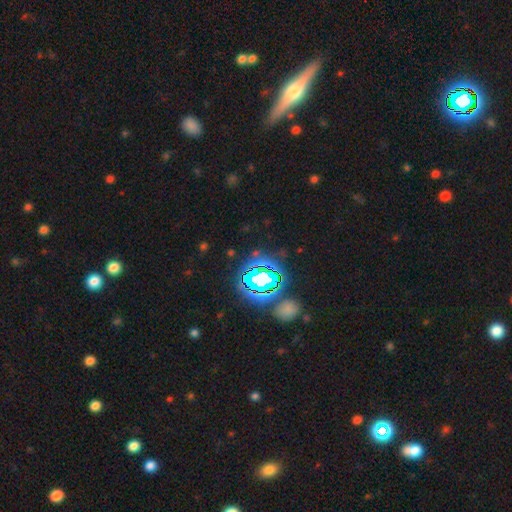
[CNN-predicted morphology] smooth_or_featured: star or artifact (p=0.75) [alt: smooth p=0.14]